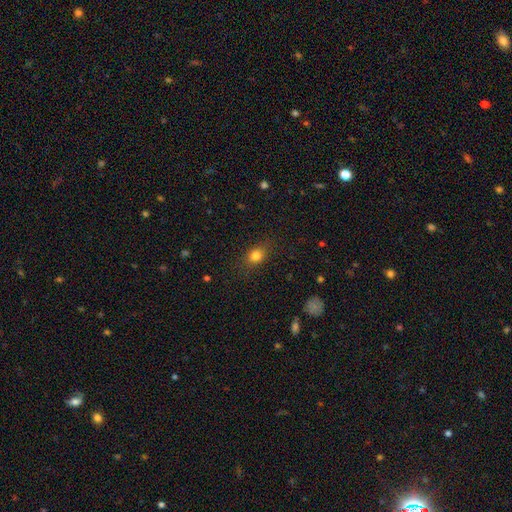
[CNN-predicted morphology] The model was most divided on "how rounded": in between: 52%, round: 45%, cigar-shaped: 3%. More confident: merging — none (81%); smooth or featured — smooth (80%).